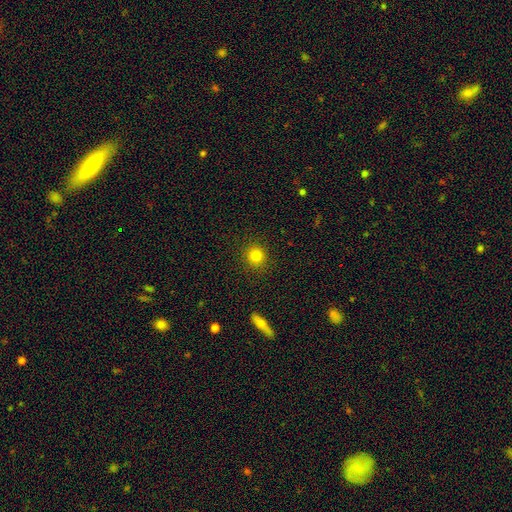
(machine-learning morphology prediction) Smooth or featured?
  - smooth: 83% *
  - star or artifact: 12%
  - featured or disk: 6%
How rounded?
  - round: 91% *
  - in between: 8%
  - cigar-shaped: 1%
Merging?
  - none: 91% *
  - minor disturbance: 6%
  - major disturbance: 2%
  - merger: 1%